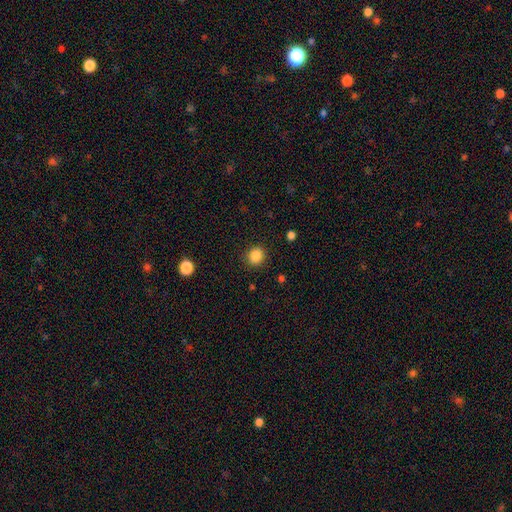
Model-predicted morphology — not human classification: Smooth or featured: smooth — 87% (star or artifact — 10%)
How rounded: round — 79% (in between — 20%)
Merging: none — 88% (minor disturbance — 8%)